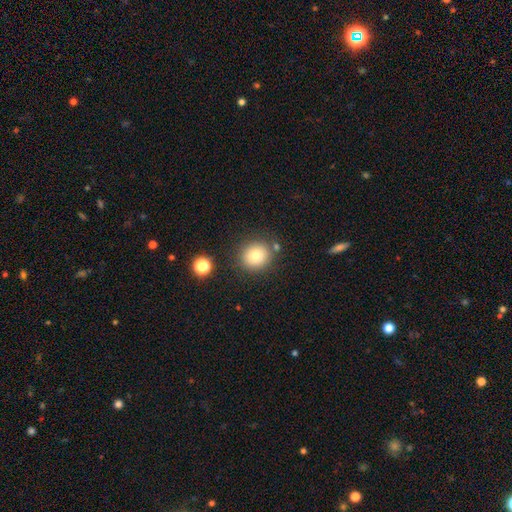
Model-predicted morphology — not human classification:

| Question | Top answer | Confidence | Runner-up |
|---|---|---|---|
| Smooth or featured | smooth | 78% | star or artifact (12%) |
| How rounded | round | 86% | in between (13%) |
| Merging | none | 81% | minor disturbance (10%) |